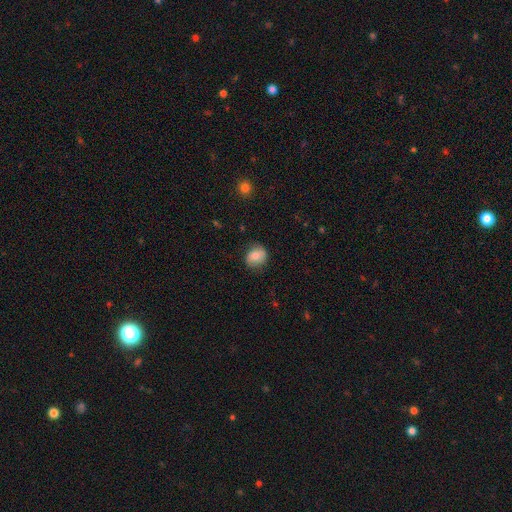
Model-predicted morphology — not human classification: type=smooth (71%); roundness=round (71%); merging=none (79%).